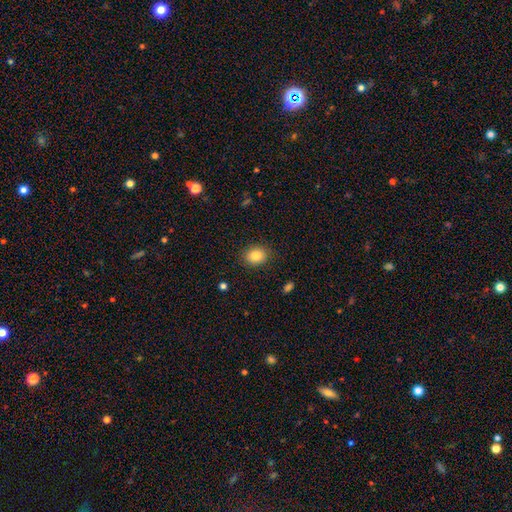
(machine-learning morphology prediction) smooth-or-featured: smooth: 85% | star or artifact: 9% | featured or disk: 6%
  how-rounded: round: 52% | in between: 48% | cigar-shaped: 1%
  merging: none: 87% | minor disturbance: 9% | major disturbance: 3% | merger: 1%